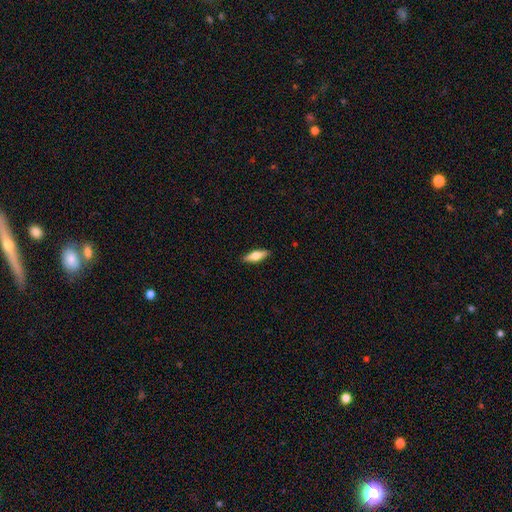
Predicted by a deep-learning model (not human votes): smooth-or-featured: smooth: 55% | featured or disk: 40% | star or artifact: 6%
  how-rounded: in between: 49% (tied) | cigar-shaped: 49% (tied) | round: 3%
  merging: none: 90% | minor disturbance: 8% | major disturbance: 2% | merger: 1%